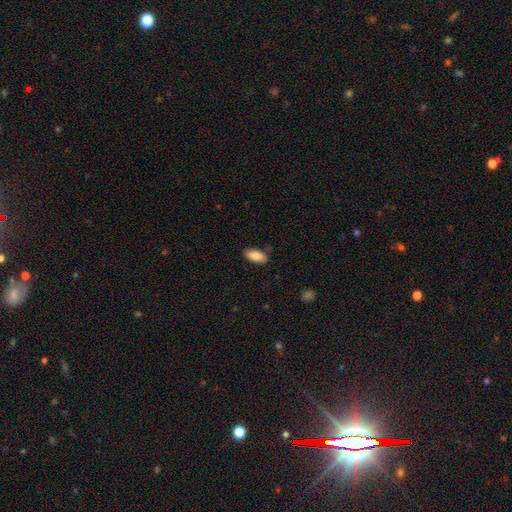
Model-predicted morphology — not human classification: A smooth galaxy with no disk features (85%) that is in between round and cigar-shaped (90%). Merging: none (85%).